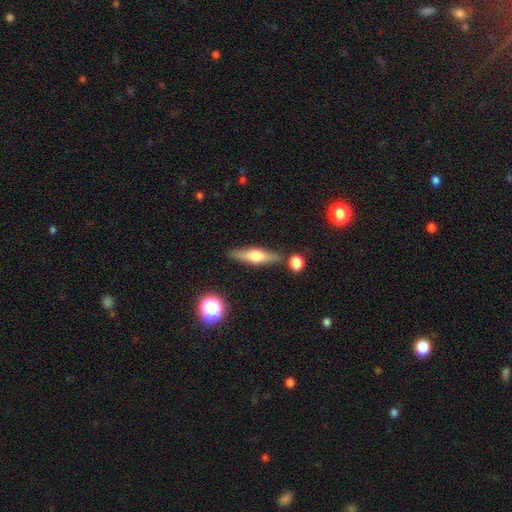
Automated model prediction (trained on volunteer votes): Morphology: type=featured or disk (49%); merging=none (81%).